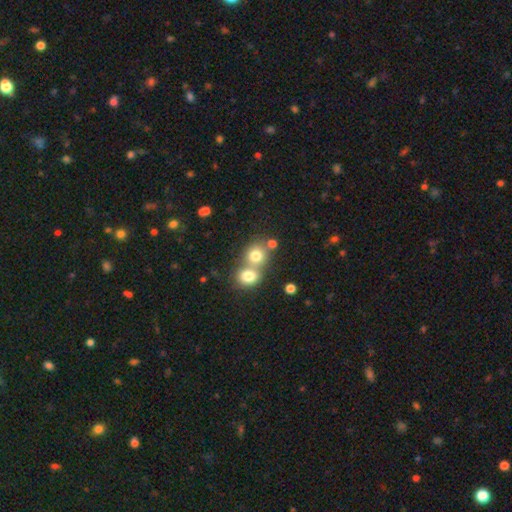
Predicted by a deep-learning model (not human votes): A smooth galaxy with no disk features (75%) that is round (77%). Merging: merger (53%).